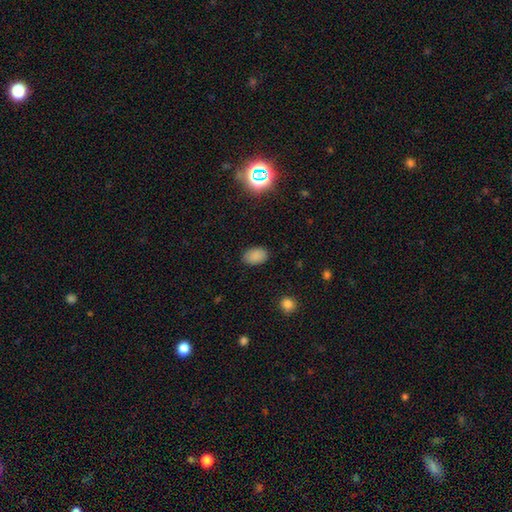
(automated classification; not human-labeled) Overall: smooth (85%). How rounded: in between (87%). Merging: none (86%).